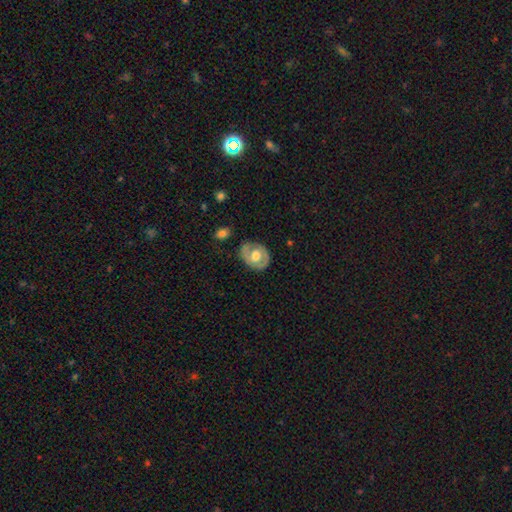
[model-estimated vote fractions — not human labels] A featured or disk galaxy (57%) with no bar (65%), no spiral arms (51%) and a moderate central bulge (62%). Merging: none (76%).